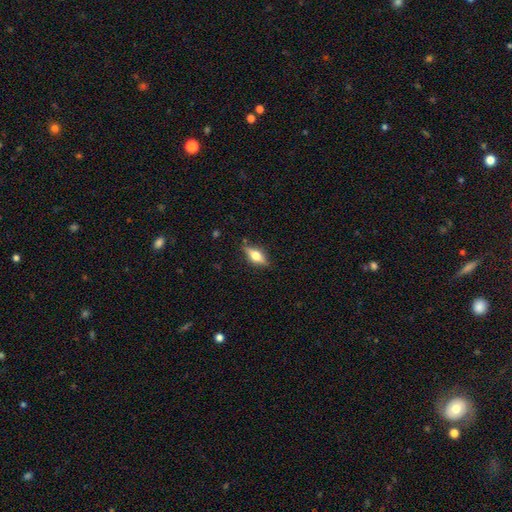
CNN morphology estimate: The model was most divided on "smooth or featured": smooth: 47%, featured or disk: 46%, star or artifact: 7%. More confident: merging — none (83%).